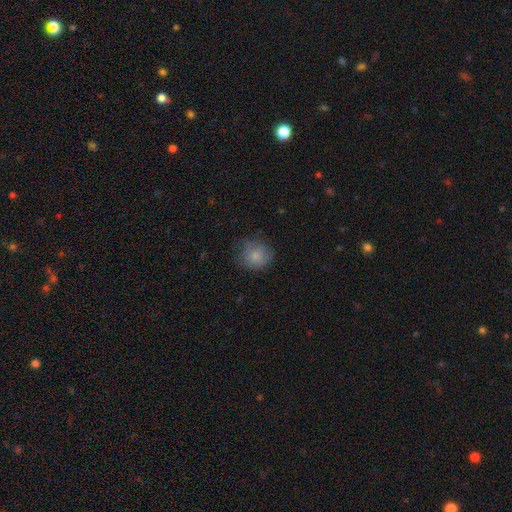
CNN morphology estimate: smooth-or-featured: smooth: 81% | featured or disk: 10% | star or artifact: 9%
  how-rounded: round: 82% | in between: 17% | cigar-shaped: 1%
  merging: none: 67% | minor disturbance: 23% | major disturbance: 8% | merger: 1%